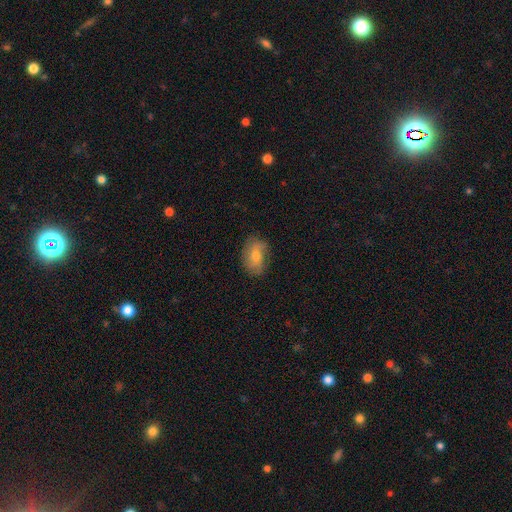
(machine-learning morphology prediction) Smooth or featured? smooth (56%)
How rounded? in between (82%)
Merging? none (74%)